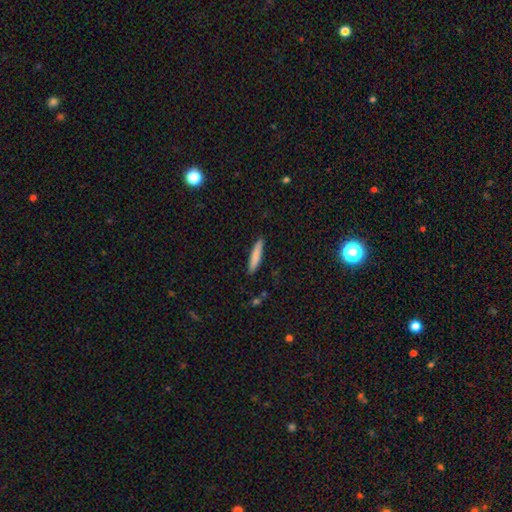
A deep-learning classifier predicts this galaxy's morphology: A smooth galaxy with no disk features (82%) that is cigar-shaped (90%).

Vote fractions:
- Smooth or featured? smooth: 82% / featured or disk: 12% / star or artifact: 6%
- How rounded? cigar-shaped: 90% / in between: 8% / round: 1%
- Merging? none: 88% / minor disturbance: 9% / major disturbance: 2% / merger: 1%